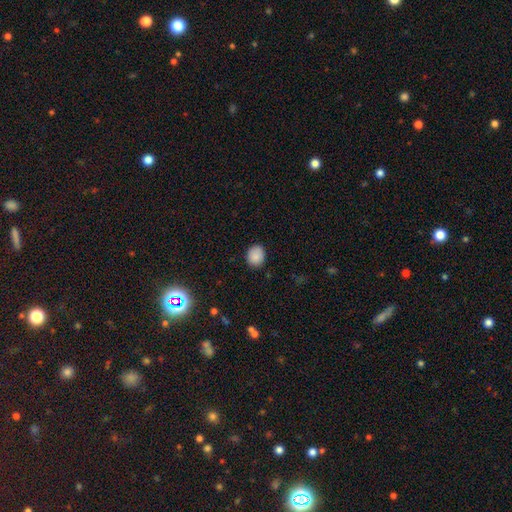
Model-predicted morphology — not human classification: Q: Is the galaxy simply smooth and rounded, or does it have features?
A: smooth — 87%.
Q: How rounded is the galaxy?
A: round — 71%.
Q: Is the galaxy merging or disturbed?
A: none — 87%.